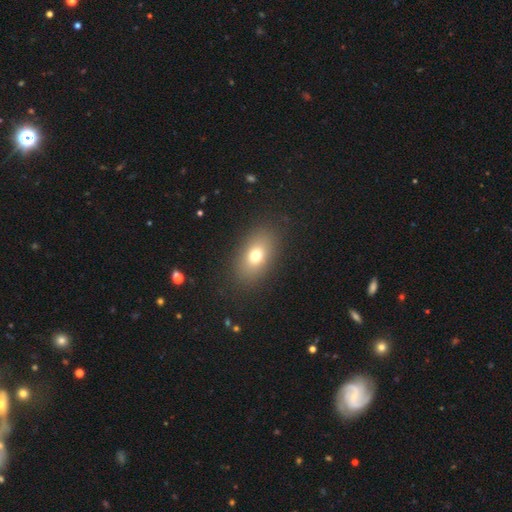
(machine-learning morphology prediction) Overall: smooth (73%). How rounded: in between (83%). Merging: none (86%).